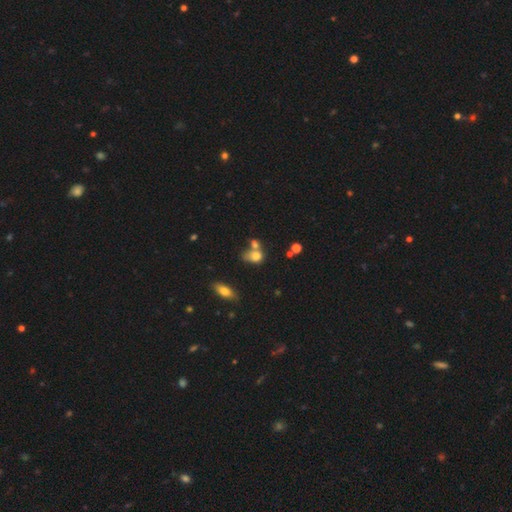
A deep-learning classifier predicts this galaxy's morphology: A smooth galaxy with no disk features (75%) that is in between round and cigar-shaped (57%).

Vote fractions:
- Smooth or featured? smooth: 75% / featured or disk: 13% / star or artifact: 13%
- How rounded? in between: 57% / round: 41% / cigar-shaped: 2%
- Merging? merger: 45% / none: 33% / minor disturbance: 14% / major disturbance: 8%